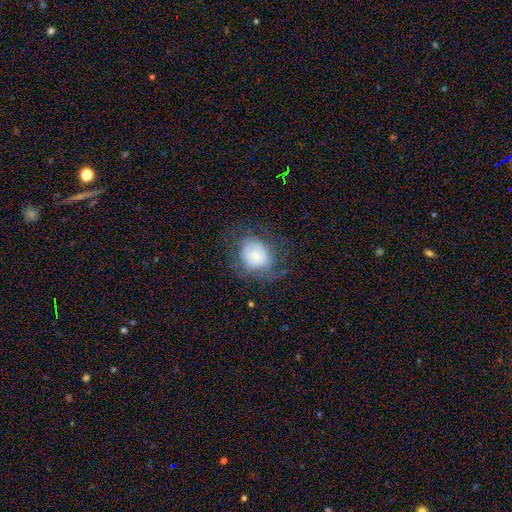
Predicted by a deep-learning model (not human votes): Smooth or featured? smooth (53%)
How rounded? round (65%)
Merging? none (57%)